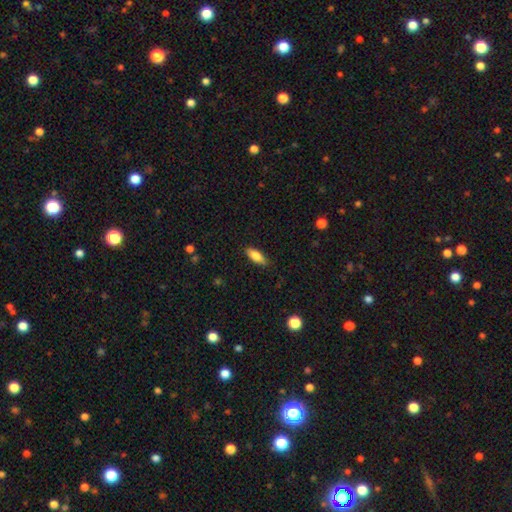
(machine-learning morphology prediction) Smooth or featured? smooth (81%)
How rounded? in between (70%)
Merging? none (85%)